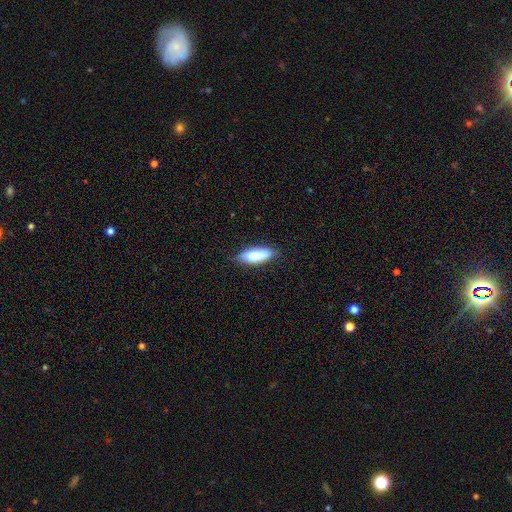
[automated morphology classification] smooth_or_featured: smooth (p=0.83) [alt: featured or disk p=0.11]
how_rounded: in between (p=0.65) [alt: cigar-shaped p=0.33]
merging: none (p=0.81) [alt: minor disturbance p=0.15]